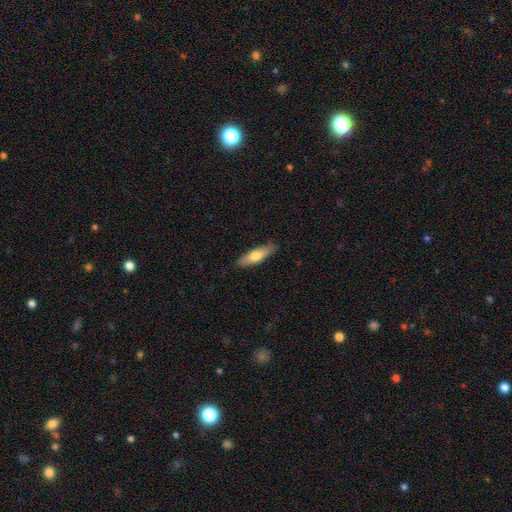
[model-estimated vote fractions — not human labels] Smooth or featured? smooth (65%)
How rounded? cigar-shaped (57%)
Merging? none (88%)